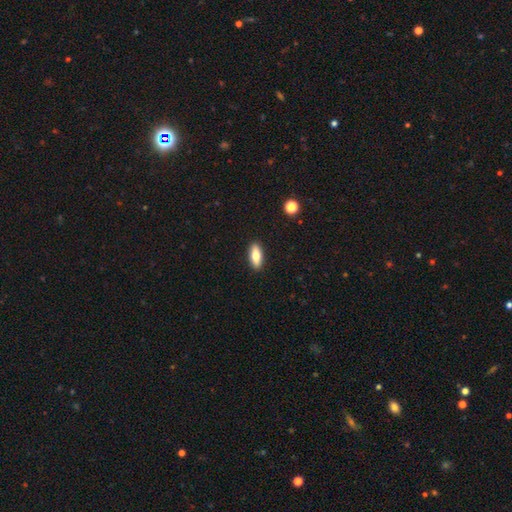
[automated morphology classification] Smooth or featured? smooth (75%)
How rounded? in between (73%)
Merging? none (90%)